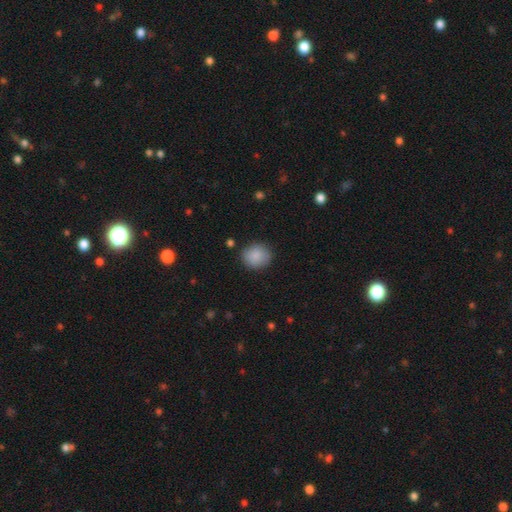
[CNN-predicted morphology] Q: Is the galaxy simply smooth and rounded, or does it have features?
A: smooth — 88%.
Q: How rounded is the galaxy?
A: round — 80%.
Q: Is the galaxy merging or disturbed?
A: none — 85%.